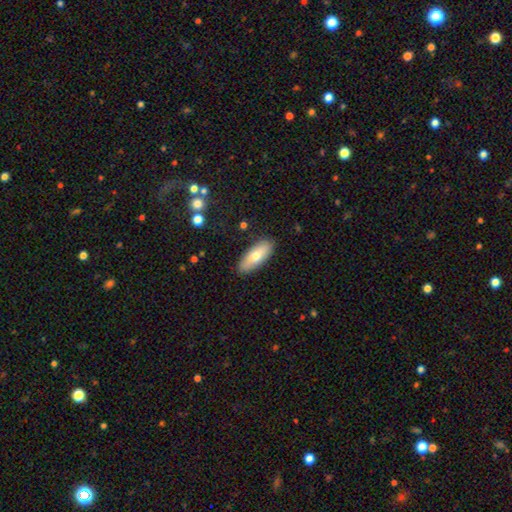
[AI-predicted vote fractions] smooth_or_featured: smooth (p=0.70) [alt: featured or disk p=0.24]
how_rounded: in between (p=0.78) [alt: cigar-shaped p=0.20]
merging: none (p=0.87) [alt: minor disturbance p=0.09]